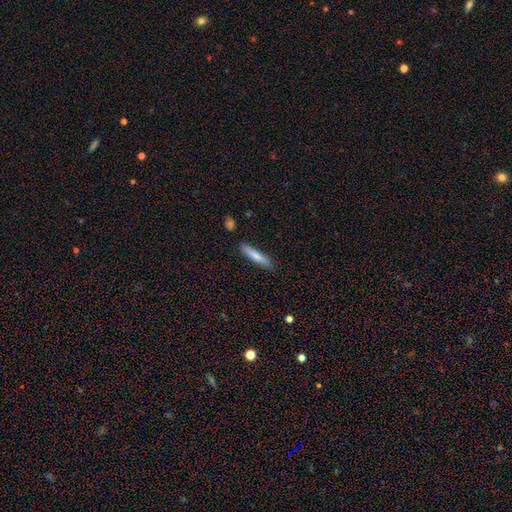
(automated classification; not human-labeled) smooth_or_featured: smooth (p=0.75) [alt: featured or disk p=0.19]
how_rounded: cigar-shaped (p=0.88) [alt: in between p=0.11]
merging: none (p=0.87) [alt: minor disturbance p=0.09]